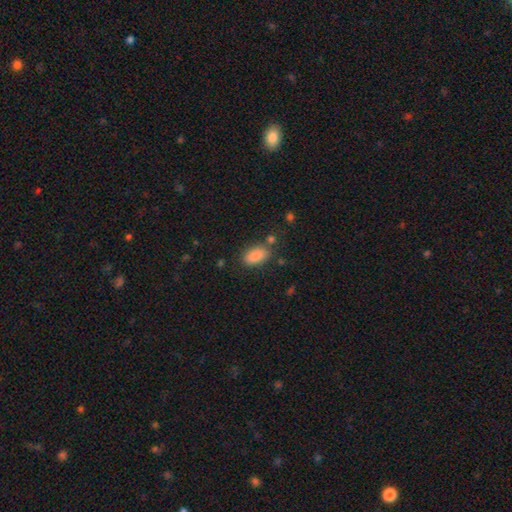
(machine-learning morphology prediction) Smooth or featured: smooth — 88% (star or artifact — 8%)
How rounded: in between — 91% (cigar-shaped — 5%)
Merging: none — 75% (minor disturbance — 14%)